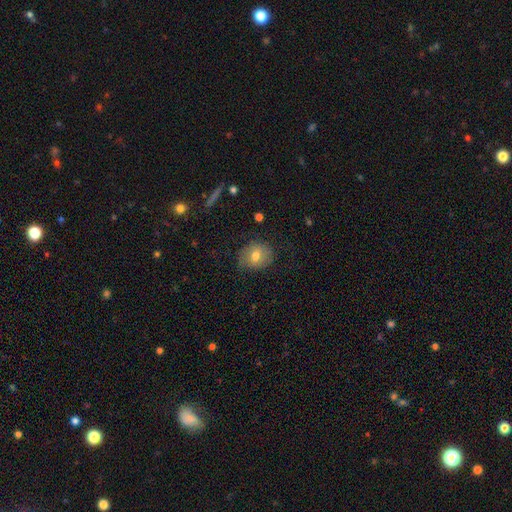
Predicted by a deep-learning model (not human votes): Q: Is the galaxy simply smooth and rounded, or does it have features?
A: smooth — 72%.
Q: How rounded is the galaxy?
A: round — 65%.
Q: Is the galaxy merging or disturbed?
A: none — 74%.